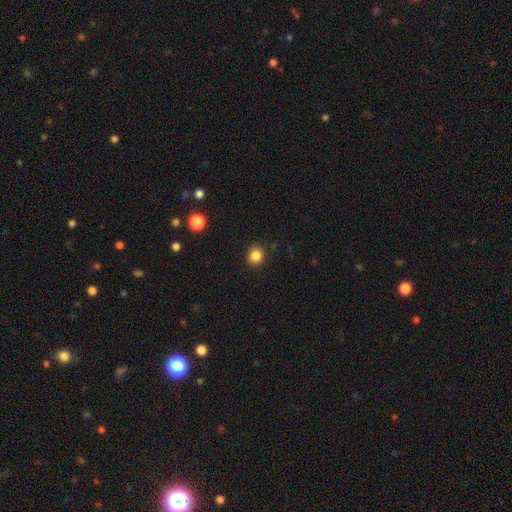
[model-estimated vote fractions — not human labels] The model was most divided on "how rounded": round: 78%, in between: 21%, cigar-shaped: 1%. More confident: merging — none (89%); smooth or featured — smooth (85%).